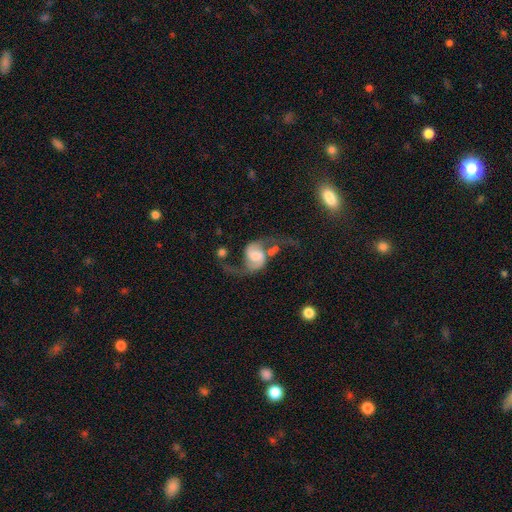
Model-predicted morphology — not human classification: type=featured or disk (85%); edge-on=no (98%); bar=no (52%); spiral arms=yes (96%); winding=loose (80%); arm count=2 (93%); bulge=moderate (31%); merging=none (50%).